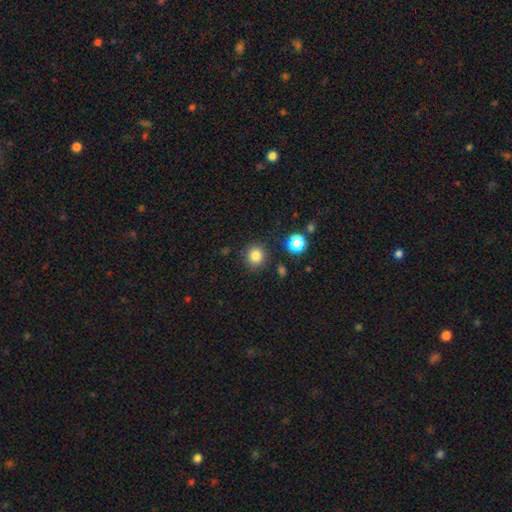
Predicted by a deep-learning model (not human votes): This is clearly a smooth galaxy (83%). How rounded: clearly round (91%). Merging: clearly none (87%).